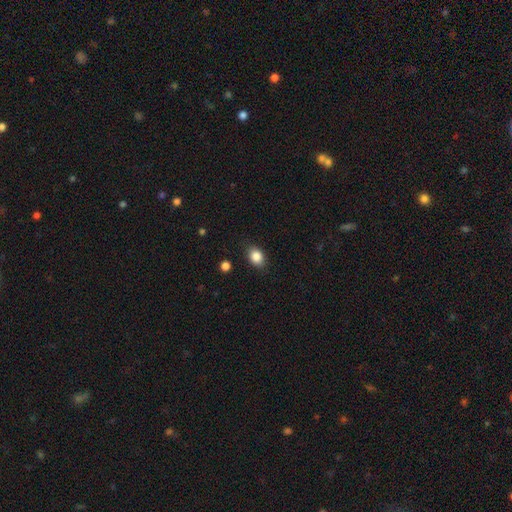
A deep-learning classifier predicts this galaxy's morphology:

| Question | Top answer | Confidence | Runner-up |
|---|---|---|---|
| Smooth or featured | smooth | 86% | star or artifact (9%) |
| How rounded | in between | 70% | round (28%) |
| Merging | none | 85% | minor disturbance (11%) |